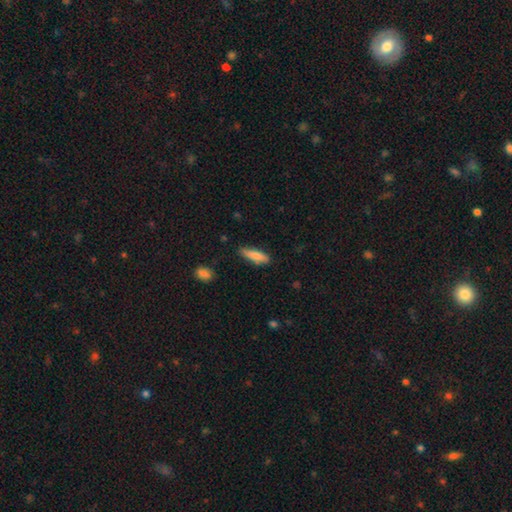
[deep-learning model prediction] This is clearly a smooth galaxy (81%). How rounded: possibly cigar-shaped (57%). Merging: likely none (79%).